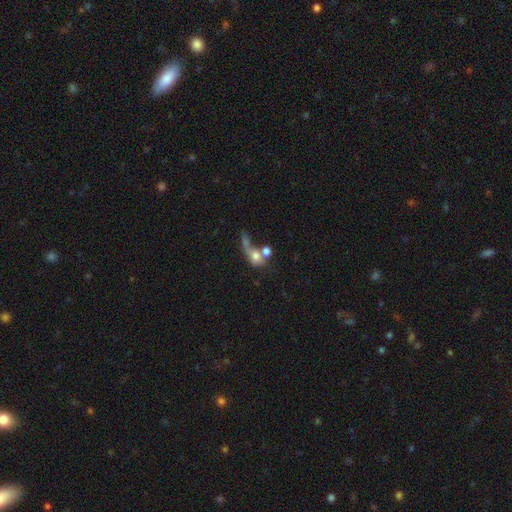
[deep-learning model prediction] A smooth galaxy with no disk features (57%) that is in between round and cigar-shaped (50%).

Vote fractions:
- Smooth or featured? smooth: 57% / featured or disk: 31% / star or artifact: 12%
- How rounded? in between: 50% / round: 44% / cigar-shaped: 7%
- Merging? merger: 50% / major disturbance: 26% / none: 15% / minor disturbance: 9%